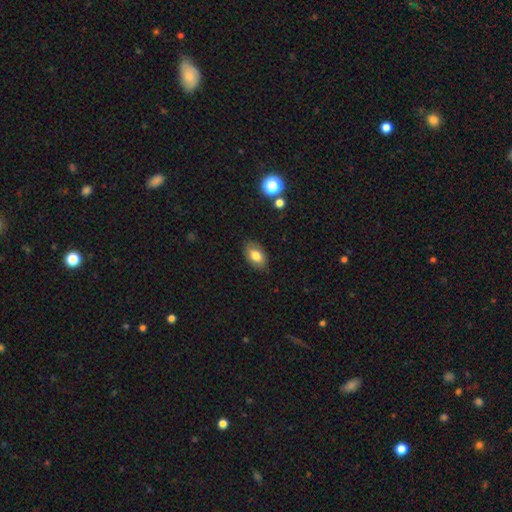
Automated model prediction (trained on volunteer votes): The model was most divided on "smooth or featured": smooth: 77%, featured or disk: 15%, star or artifact: 8%. More confident: how rounded — in between (90%); merging — none (82%).